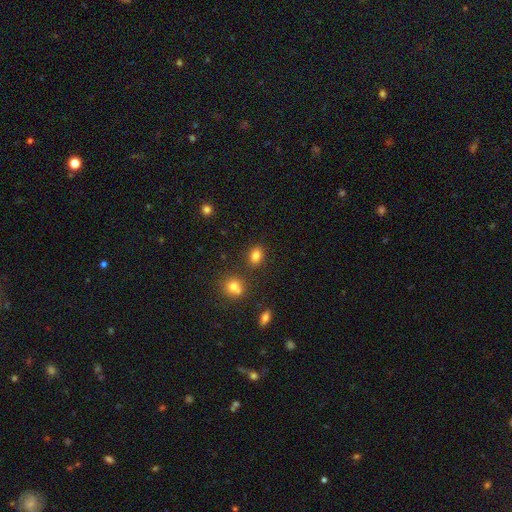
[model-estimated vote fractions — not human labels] Q: Smooth or featured?
A: smooth (82%); runner-up: star or artifact (12%)
Q: How rounded?
A: in between (71%); runner-up: round (27%)
Q: Merging?
A: none (80%); runner-up: minor disturbance (11%)